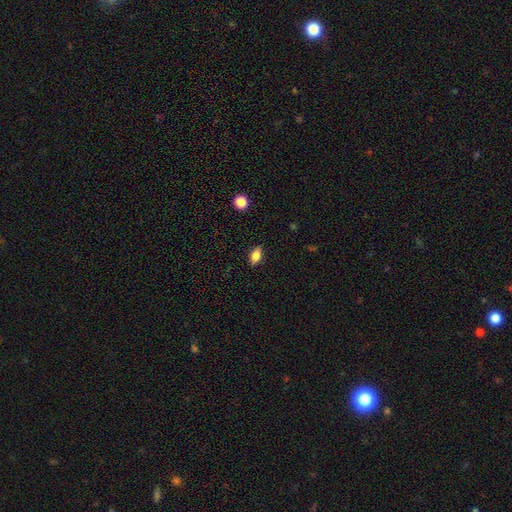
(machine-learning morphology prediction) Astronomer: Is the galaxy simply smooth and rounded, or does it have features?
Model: smooth — 78%.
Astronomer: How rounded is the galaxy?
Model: in between — 86%.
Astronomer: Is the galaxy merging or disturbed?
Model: none — 87%.